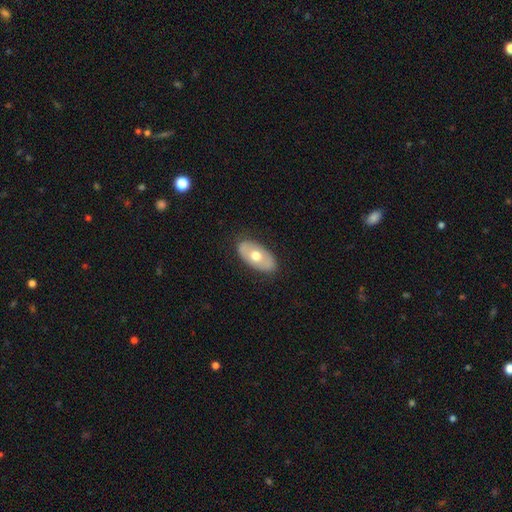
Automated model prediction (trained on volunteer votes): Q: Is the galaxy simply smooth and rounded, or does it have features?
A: smooth — 55%.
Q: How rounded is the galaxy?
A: in between — 92%.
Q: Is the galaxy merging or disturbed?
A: none — 84%.